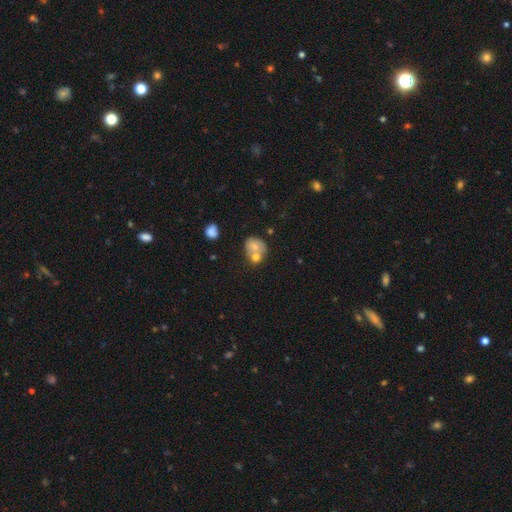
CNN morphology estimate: A smooth galaxy with no disk features (66%) that is round (66%).

Vote fractions:
- Smooth or featured? smooth: 66% / featured or disk: 23% / star or artifact: 11%
- How rounded? round: 66% / in between: 33% / cigar-shaped: 1%
- Merging? merger: 46% / none: 37% / minor disturbance: 12% / major disturbance: 6%